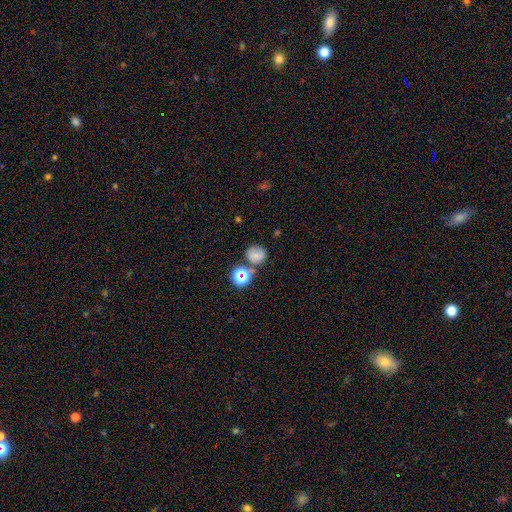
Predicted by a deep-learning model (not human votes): A smooth galaxy with no disk features (62%) that is round (81%). Merging: none (66%).